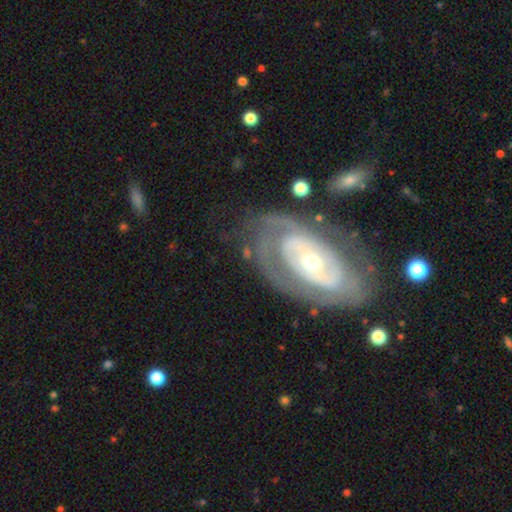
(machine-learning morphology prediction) Q: Smooth or featured?
A: featured or disk (82%); runner-up: smooth (13%)
Q: Edge-on disk?
A: no (93%); runner-up: yes (7%)
Q: Bar?
A: no (68%); runner-up: weak (20%)
Q: Spiral arms?
A: yes (71%); runner-up: no (29%)
Q: Spiral winding?
A: tight (66%); runner-up: medium (25%)
Q: Spiral arm count?
A: 2 (43%); runner-up: can't tell (36%)
Q: Bulge size?
A: moderate (51%); runner-up: small (43%)
Q: Merging?
A: none (70%); runner-up: minor disturbance (16%)